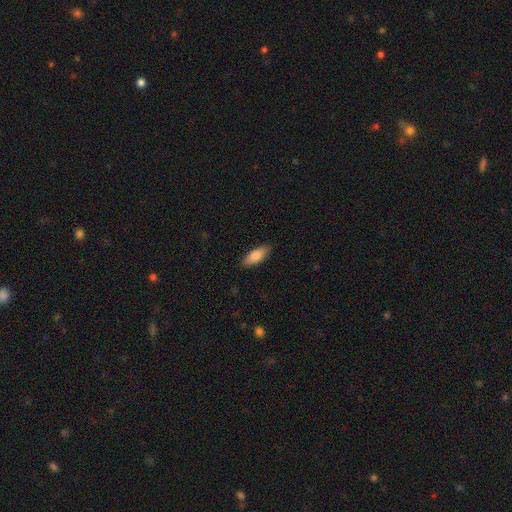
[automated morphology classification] Smooth or featured?
  - smooth: 85% *
  - featured or disk: 9%
  - star or artifact: 6%
How rounded?
  - in between: 76% *
  - cigar-shaped: 22%
  - round: 2%
Merging?
  - none: 87% *
  - minor disturbance: 10%
  - major disturbance: 2%
  - merger: 1%